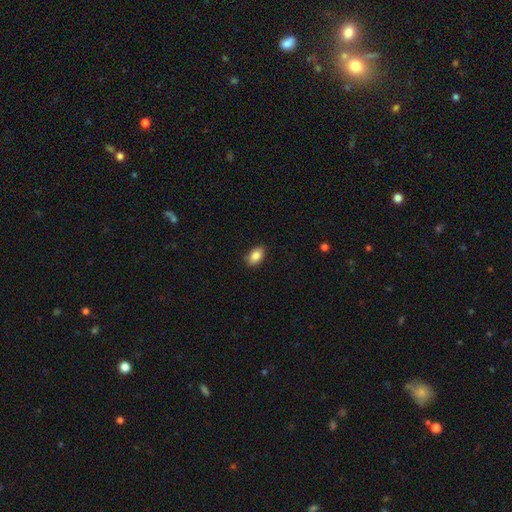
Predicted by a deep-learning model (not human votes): This is clearly a smooth galaxy (85%). How rounded: clearly in between (90%). Merging: clearly none (84%).